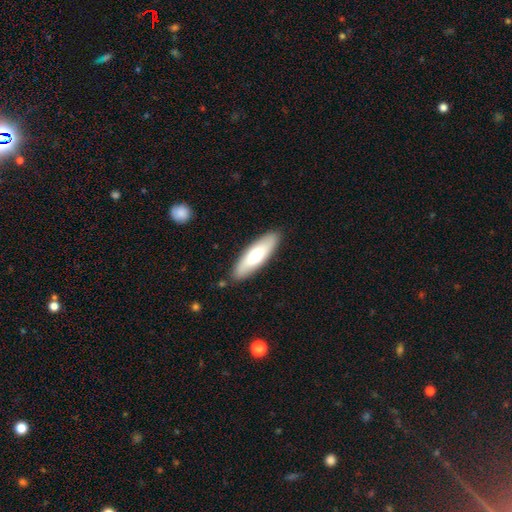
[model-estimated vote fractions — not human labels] A smooth galaxy with no disk features (67%) that is cigar-shaped (52%).

Vote fractions:
- Smooth or featured? smooth: 67% / featured or disk: 28% / star or artifact: 5%
- How rounded? cigar-shaped: 52% / in between: 46% / round: 2%
- Merging? none: 88% / minor disturbance: 9% / major disturbance: 2% / merger: 1%